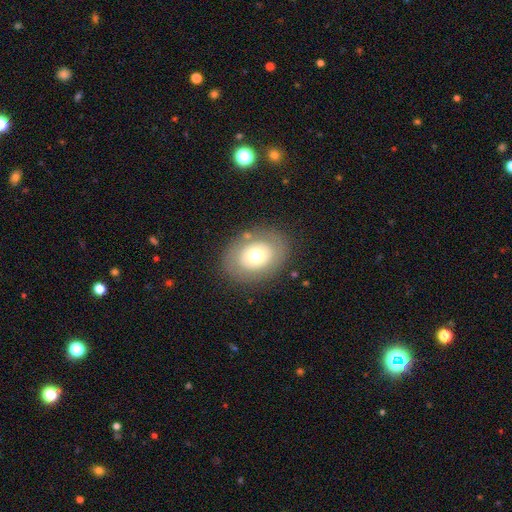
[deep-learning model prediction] This is possibly a smooth galaxy (56%). How rounded: possibly in between (59%). Merging: clearly none (82%).